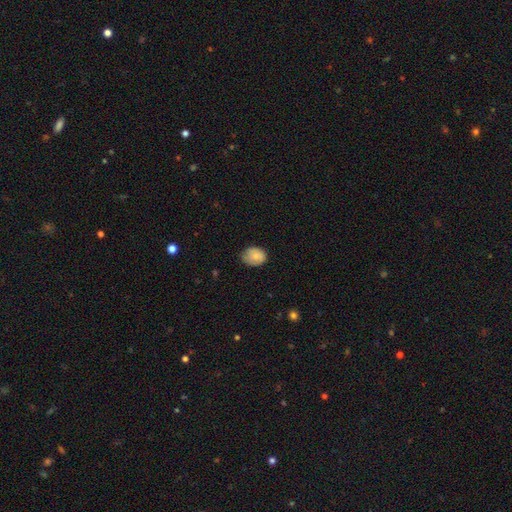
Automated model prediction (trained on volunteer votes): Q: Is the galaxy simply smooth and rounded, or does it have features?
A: smooth — 81%.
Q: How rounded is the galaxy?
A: in between — 60%.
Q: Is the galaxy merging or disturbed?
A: none — 63%.